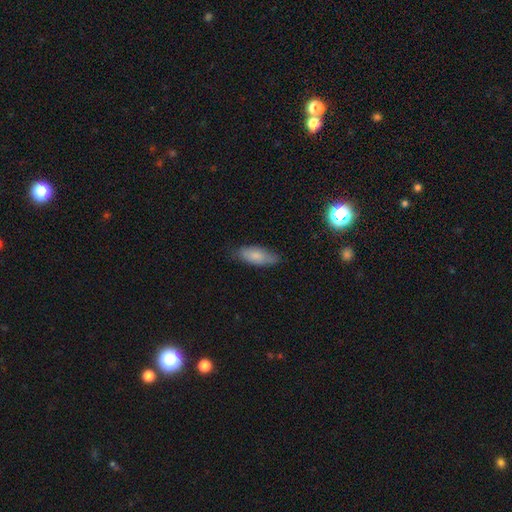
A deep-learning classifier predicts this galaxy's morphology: smooth_or_featured: smooth (p=0.80) [alt: featured or disk p=0.14]
how_rounded: in between (p=0.76) [alt: cigar-shaped p=0.22]
merging: none (p=0.76) [alt: minor disturbance p=0.20]